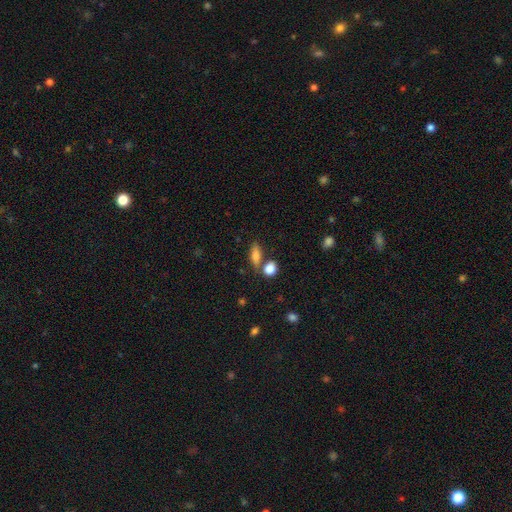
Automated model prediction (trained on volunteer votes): This appears to be a smooth galaxy with no disk features (78%) that is in between round and cigar-shaped (66%). Merging: none (67%).